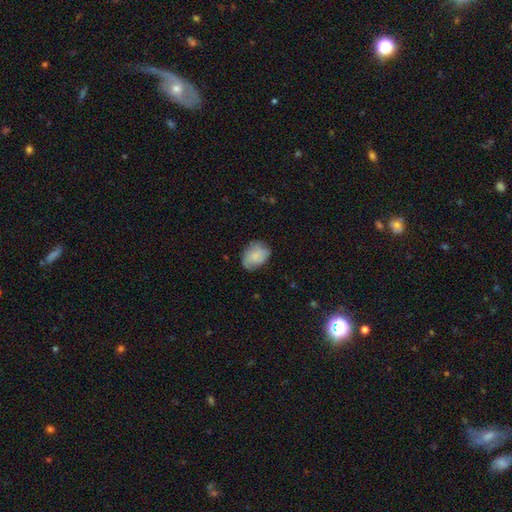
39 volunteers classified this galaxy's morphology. Smooth or featured?
  - smooth: 69% *
  - featured or disk: 26%
  - star or artifact: 5%
How rounded?
  - in between: 74% *
  - round: 26%
  - cigar-shaped: 0%
Merging?
  - none: 57% *
  - minor disturbance: 41%
  - major disturbance: 3%
  - merger: 0%